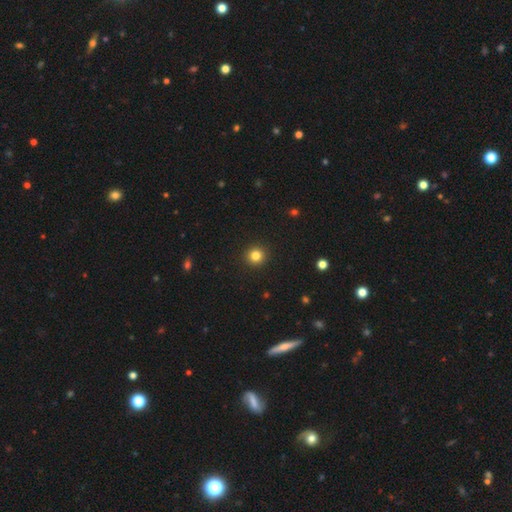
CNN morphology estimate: Smooth or featured? Predicted: smooth (p=0.82). How rounded? Predicted: round (p=0.94). Merging? Predicted: none (p=0.93).